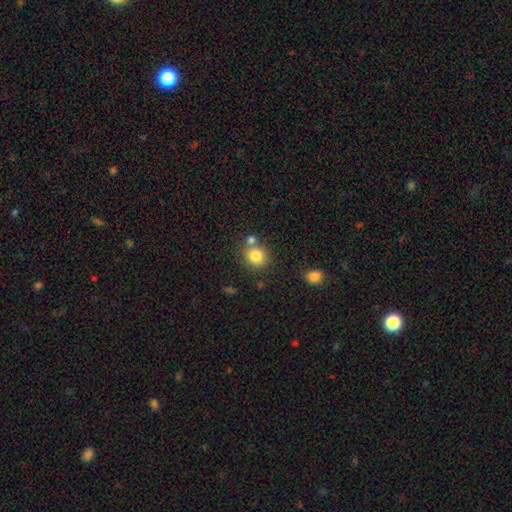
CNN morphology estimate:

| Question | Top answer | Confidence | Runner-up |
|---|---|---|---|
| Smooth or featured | smooth | 81% | star or artifact (10%) |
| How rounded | round | 83% | in between (16%) |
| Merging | none | 65% | merger (21%) |